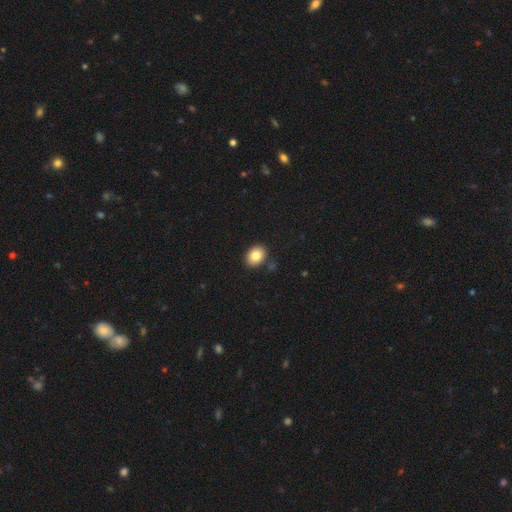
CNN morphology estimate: Smooth or featured? Predicted: smooth (p=0.84). How rounded? Predicted: in between (p=0.58). Merging? Predicted: none (p=0.86).